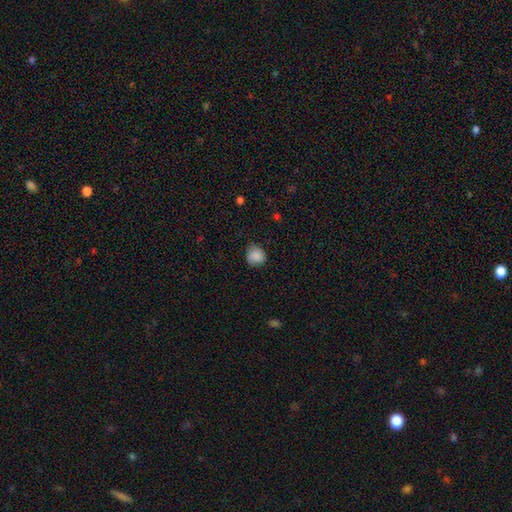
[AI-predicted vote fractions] Morphology: type=smooth (86%); roundness=round (82%); merging=none (72%).